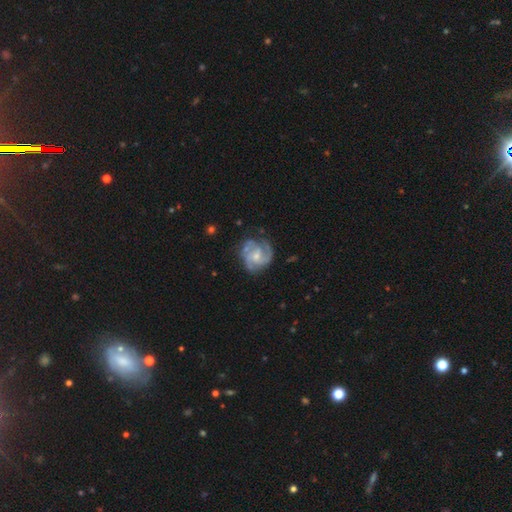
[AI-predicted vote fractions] smooth-or-featured: featured or disk: 79% | smooth: 16% | star or artifact: 6%
  disk-edge-on: no: 98% | yes: 2%
    bar: no: 59% | weak: 36% | strong: 6%
    has-spiral-arms: yes: 90% | no: 10%
      spiral-winding: medium: 44% | tight: 41% | loose: 15%
      spiral-arm-count: 3: 32% | 2: 28% | can't tell: 23% | 4: 7% | 1: 5% | more than 4: 4%
    bulge-size: small: 55% | moderate: 35% | none: 7% | large: 2% | dominant: 1%
  merging: none: 62% | minor disturbance: 22% | major disturbance: 13% | merger: 3%